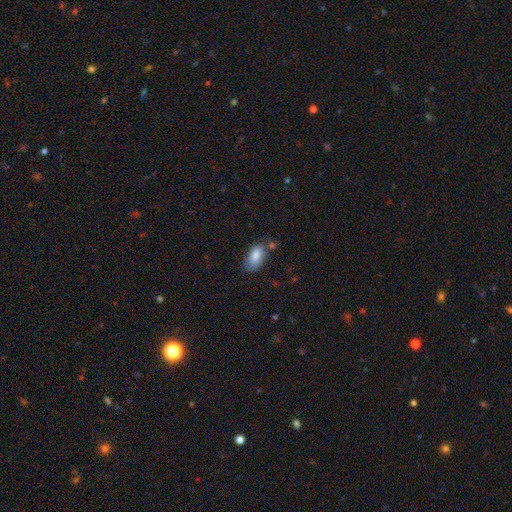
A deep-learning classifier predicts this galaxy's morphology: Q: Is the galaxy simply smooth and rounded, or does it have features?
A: smooth — 83%.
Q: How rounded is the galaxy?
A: in between — 93%.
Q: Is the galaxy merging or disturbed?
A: none — 56%.